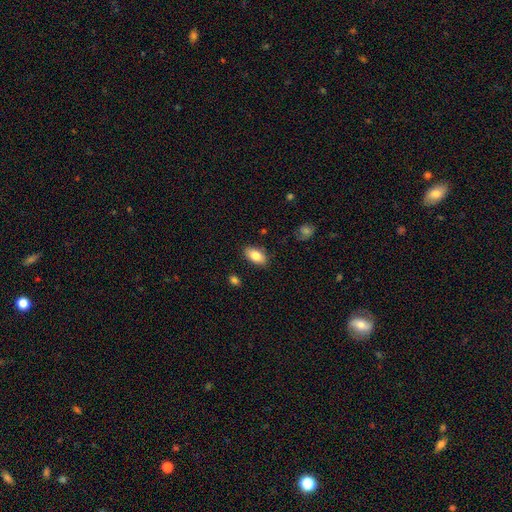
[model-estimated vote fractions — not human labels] Smooth or featured?
  - smooth: 82% *
  - featured or disk: 11%
  - star or artifact: 7%
How rounded?
  - in between: 93% *
  - round: 4%
  - cigar-shaped: 3%
Merging?
  - none: 85% *
  - minor disturbance: 11%
  - major disturbance: 2%
  - merger: 2%